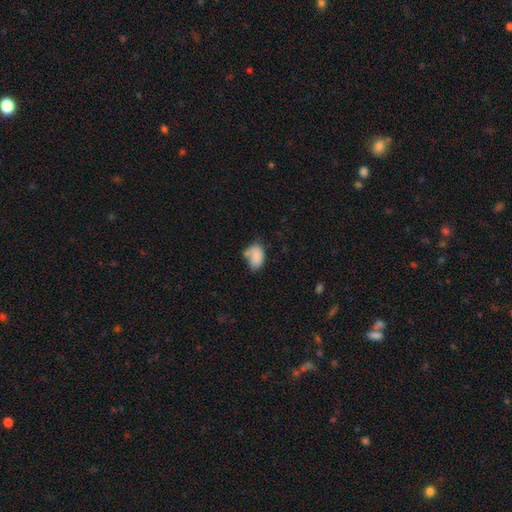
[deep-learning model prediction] A smooth galaxy with no disk features (83%) that is in between round and cigar-shaped (87%).

Vote fractions:
- Smooth or featured? smooth: 83% / star or artifact: 9% / featured or disk: 8%
- How rounded? in between: 87% / round: 12% / cigar-shaped: 1%
- Merging? none: 47% / minor disturbance: 28% / merger: 14% / major disturbance: 11%